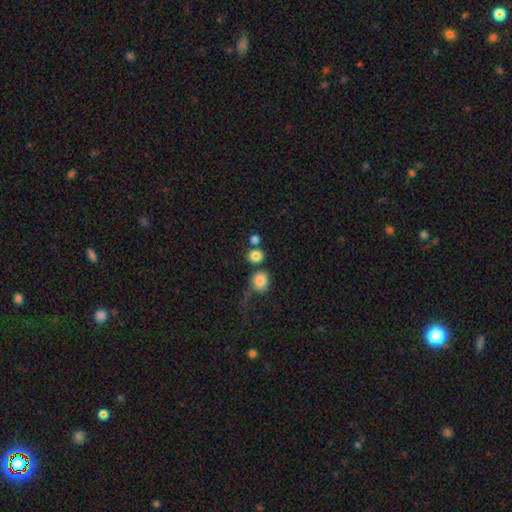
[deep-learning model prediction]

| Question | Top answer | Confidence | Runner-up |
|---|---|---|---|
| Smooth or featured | smooth | 84% | star or artifact (10%) |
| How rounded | round | 75% | in between (24%) |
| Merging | none | 61% | merger (24%) |